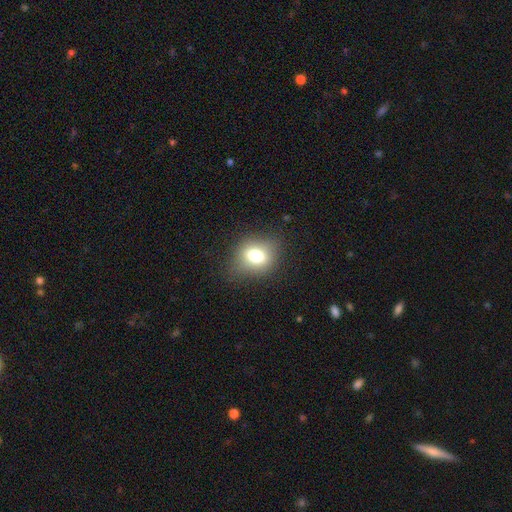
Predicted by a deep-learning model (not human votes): Smooth or featured? smooth (73%)
How rounded? round (53%)
Merging? none (78%)